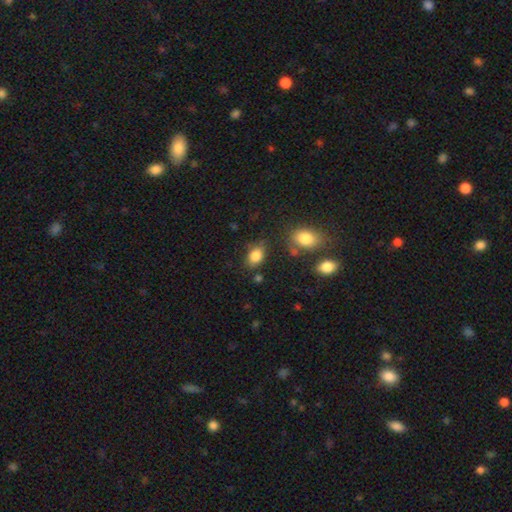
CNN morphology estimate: A smooth galaxy with no disk features (84%) that is in between round and cigar-shaped (81%).

Vote fractions:
- Smooth or featured? smooth: 84% / star or artifact: 9% / featured or disk: 7%
- How rounded? in between: 81% / round: 17% / cigar-shaped: 2%
- Merging? none: 71% / minor disturbance: 19% / merger: 5% / major disturbance: 5%